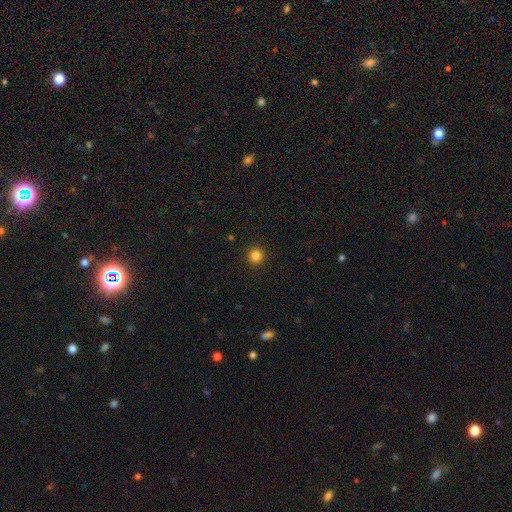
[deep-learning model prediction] Morphology: type=smooth (84%); roundness=round (94%); merging=none (92%).